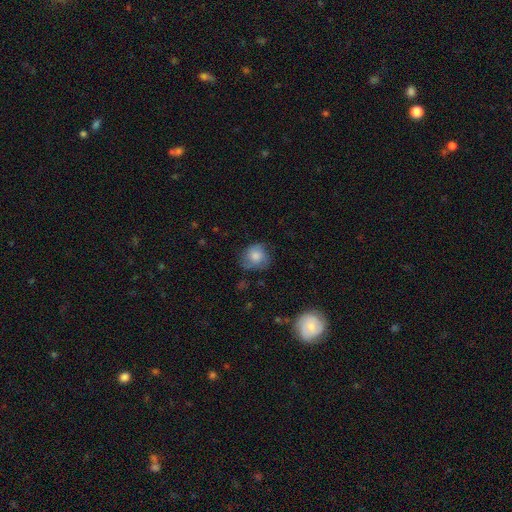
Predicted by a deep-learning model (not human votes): A smooth galaxy with no disk features (76%) that is round (81%). Merging: none (65%).